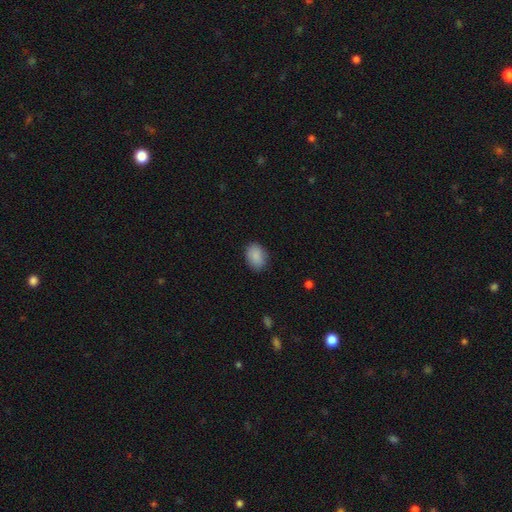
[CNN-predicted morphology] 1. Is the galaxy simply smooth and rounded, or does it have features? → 89% smooth, 7% star or artifact, 4% featured or disk.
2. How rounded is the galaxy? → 80% in between, 19% round, 1% cigar-shaped.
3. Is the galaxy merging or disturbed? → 85% none, 12% minor disturbance, 3% major disturbance, 1% merger.